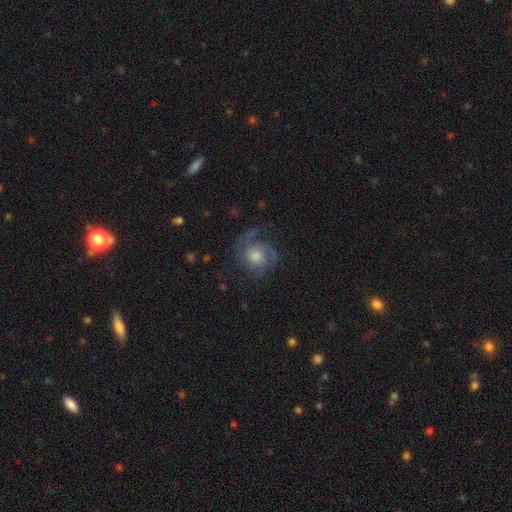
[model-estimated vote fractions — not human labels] A featured or disk galaxy (73%) with no bar (76%), 2 (59%) medium (43%) spiral arms (94%) and a moderate central bulge (52%). Merging: none (69%).